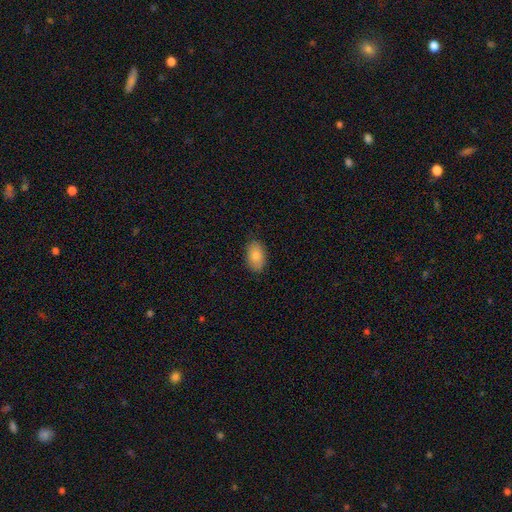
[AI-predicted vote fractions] This is clearly a smooth galaxy (85%). How rounded: clearly in between (92%). Merging: clearly none (86%).